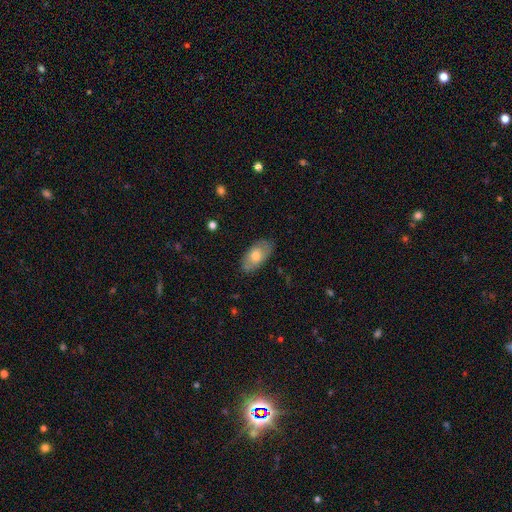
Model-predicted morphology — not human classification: Smooth or featured? smooth (67%)
How rounded? in between (93%)
Merging? none (82%)